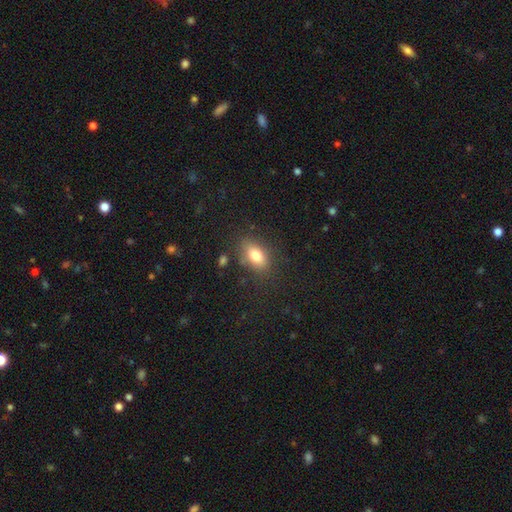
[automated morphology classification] The model was most divided on "merging": none: 80%, minor disturbance: 14%, major disturbance: 4%, merger: 2%. More confident: how rounded — in between (83%); smooth or featured — smooth (79%).